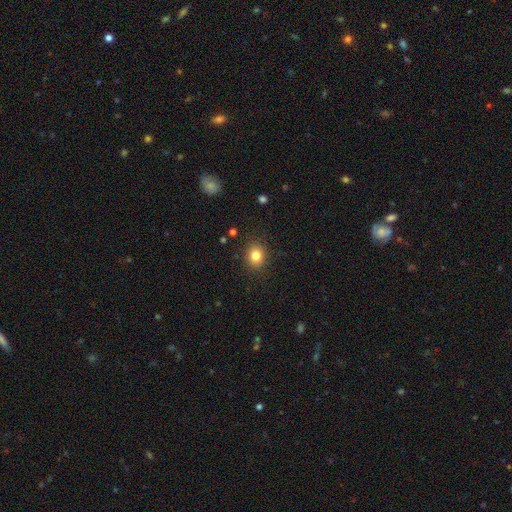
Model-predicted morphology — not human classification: Smooth or featured? Predicted: smooth (p=0.82). How rounded? Predicted: round (p=0.68). Merging? Predicted: none (p=0.89).